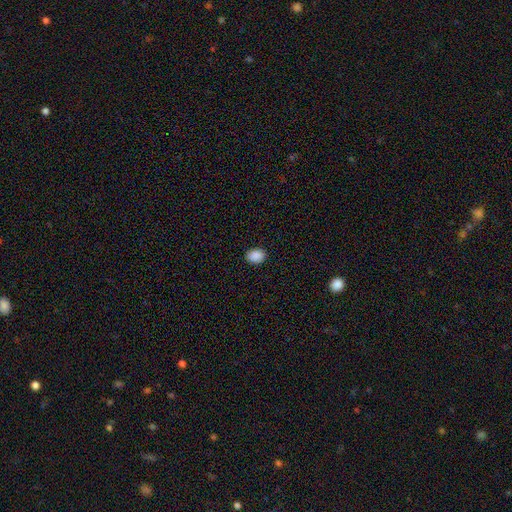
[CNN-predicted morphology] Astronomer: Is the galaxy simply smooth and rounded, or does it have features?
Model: smooth — 89%.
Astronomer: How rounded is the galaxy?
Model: in between — 70%.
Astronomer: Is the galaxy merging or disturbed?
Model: none — 90%.